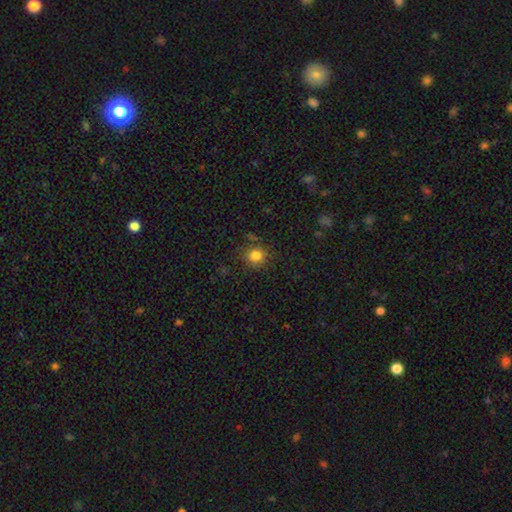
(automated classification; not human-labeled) Overall: smooth (82%). How rounded: round (89%). Merging: none (82%).